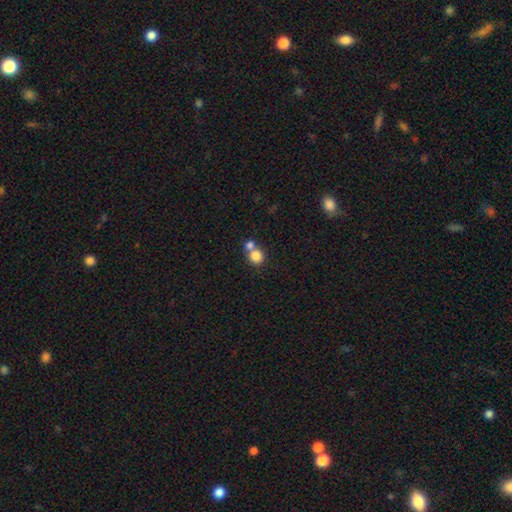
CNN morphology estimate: A smooth galaxy with no disk features (82%) that is round (86%). Merging: merger (48%).